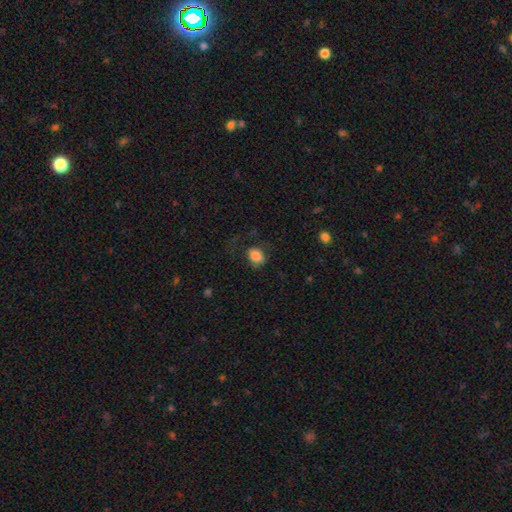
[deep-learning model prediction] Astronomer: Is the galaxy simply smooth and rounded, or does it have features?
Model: smooth — 85%.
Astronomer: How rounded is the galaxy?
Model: in between — 61% (runner-up: round, 38%).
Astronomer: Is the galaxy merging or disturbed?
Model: none — 60%.